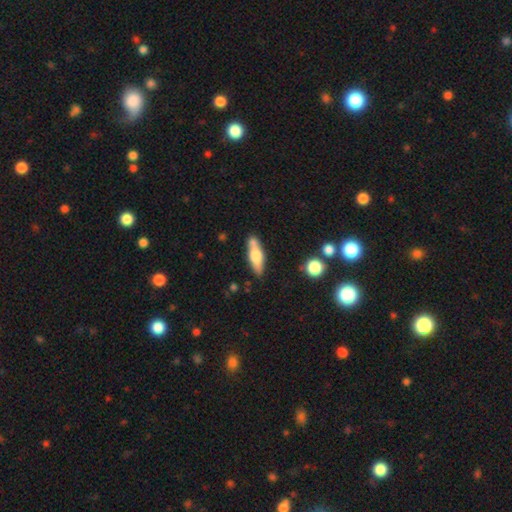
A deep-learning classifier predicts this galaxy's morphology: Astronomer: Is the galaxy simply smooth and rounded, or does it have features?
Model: smooth — 60%.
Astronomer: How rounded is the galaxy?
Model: cigar-shaped — 51% (runner-up: in between, 46%).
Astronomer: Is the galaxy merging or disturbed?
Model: none — 69%.